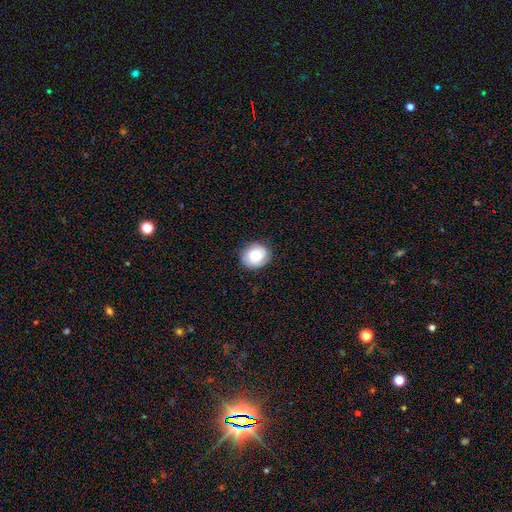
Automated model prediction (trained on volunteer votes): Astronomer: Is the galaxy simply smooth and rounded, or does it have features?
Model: smooth — 63%.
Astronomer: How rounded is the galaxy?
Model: round — 68%.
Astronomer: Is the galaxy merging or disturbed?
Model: none — 82%.